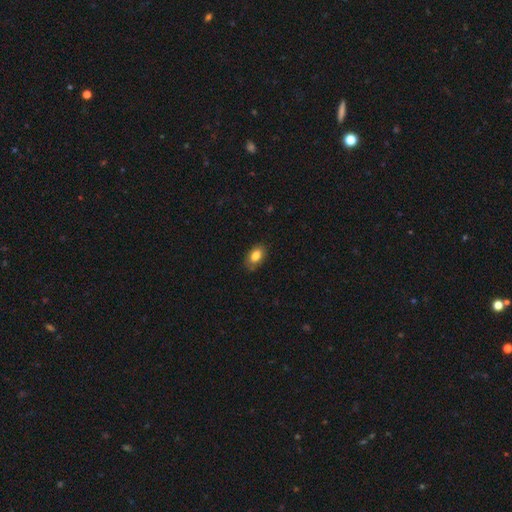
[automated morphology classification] type=smooth (82%); roundness=in between (88%); merging=none (84%).